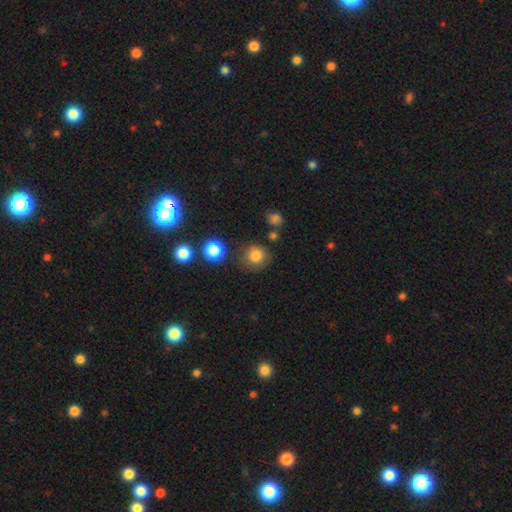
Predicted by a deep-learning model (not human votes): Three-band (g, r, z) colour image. It shows a smooth galaxy with no disk features (82%) that is round (90%). Merging: none (79%).